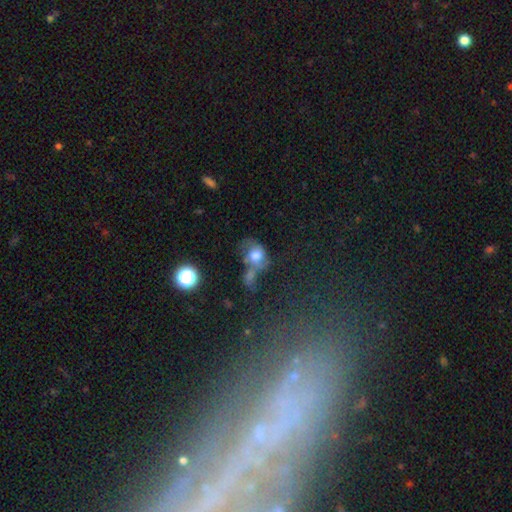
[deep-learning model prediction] This appears to be a smooth galaxy with no disk features (52%) that is in between round and cigar-shaped (58%). Merging: merger (41%).